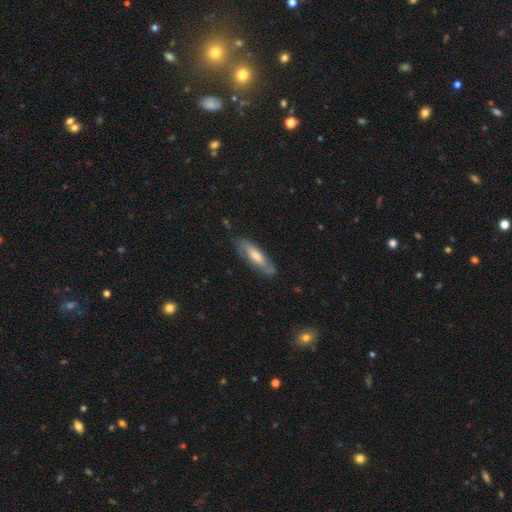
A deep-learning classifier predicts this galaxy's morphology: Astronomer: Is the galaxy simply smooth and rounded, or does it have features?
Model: featured or disk — 54% (runner-up: smooth, 39%).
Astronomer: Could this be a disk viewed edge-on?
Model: no — 62% (runner-up: yes, 38%).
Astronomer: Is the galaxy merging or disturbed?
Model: none — 75%.